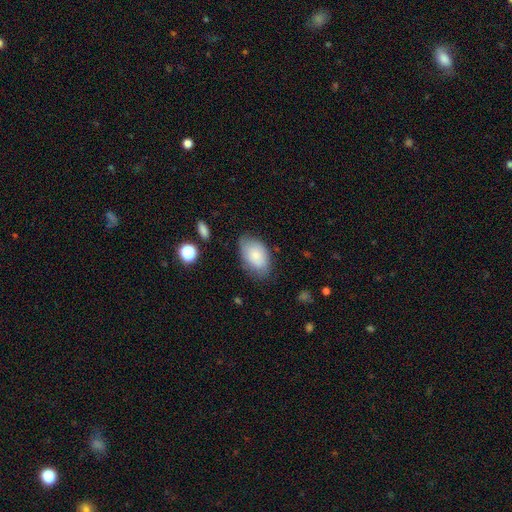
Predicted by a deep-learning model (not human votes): This is clearly a smooth galaxy (81%). How rounded: clearly in between (91%). Merging: likely none (69%).